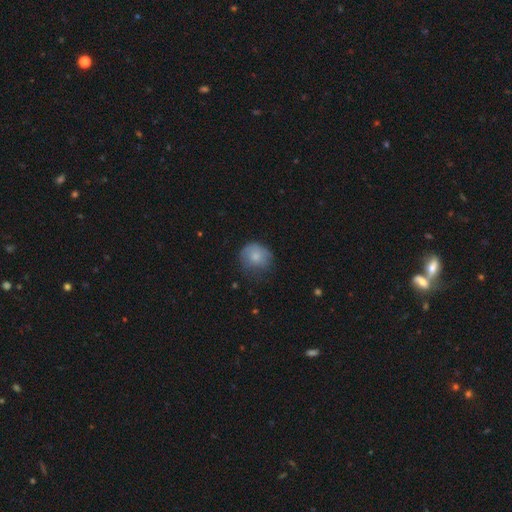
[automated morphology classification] Smooth or featured? Predicted: smooth (p=0.77). How rounded? Predicted: round (p=0.79). Merging? Predicted: none (p=0.55).